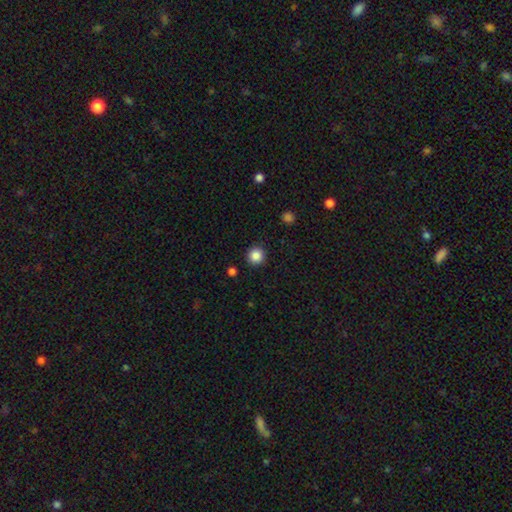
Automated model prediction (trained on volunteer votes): This appears to be a smooth galaxy with no disk features (86%) that is round (95%). Merging: none (92%).